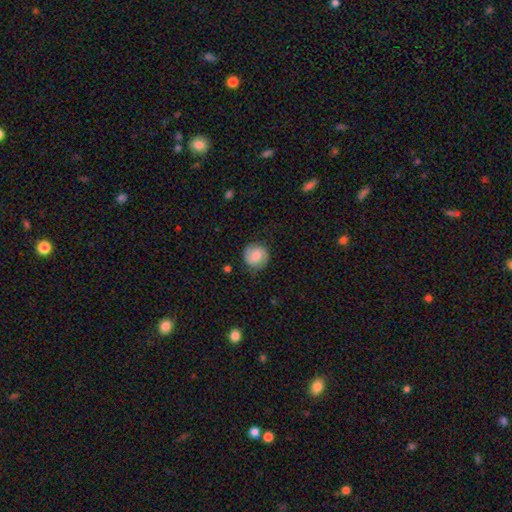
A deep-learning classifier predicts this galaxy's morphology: type=smooth (46%, tied with featured or disk); merging=none (80%).